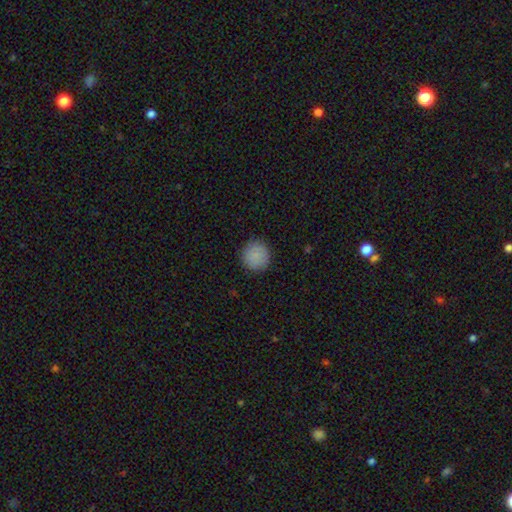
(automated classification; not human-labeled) smooth_or_featured: smooth (p=0.86) [alt: star or artifact p=0.08]
how_rounded: round (p=0.94) [alt: in between p=0.06]
merging: none (p=0.89) [alt: minor disturbance p=0.08]